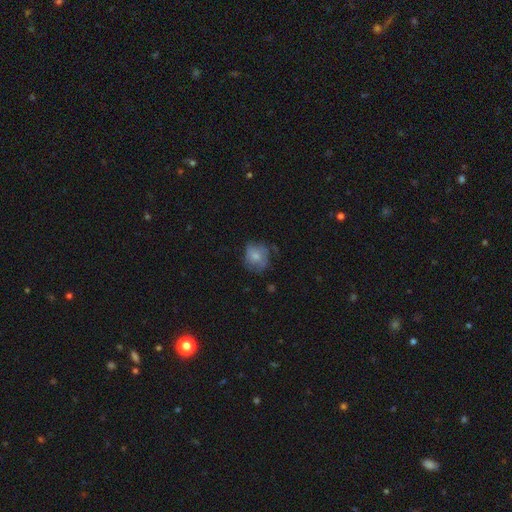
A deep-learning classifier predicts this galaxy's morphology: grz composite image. It shows a smooth galaxy with no disk features (64%) that is round (71%). Merging: none (56%).